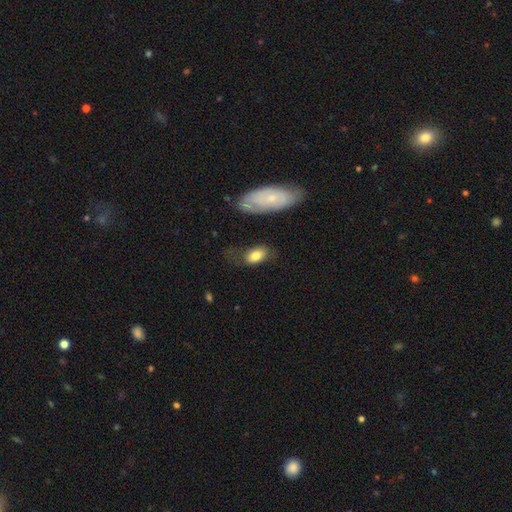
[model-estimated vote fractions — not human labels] Smooth or featured? smooth (78%)
How rounded? in between (89%)
Merging? none (62%)